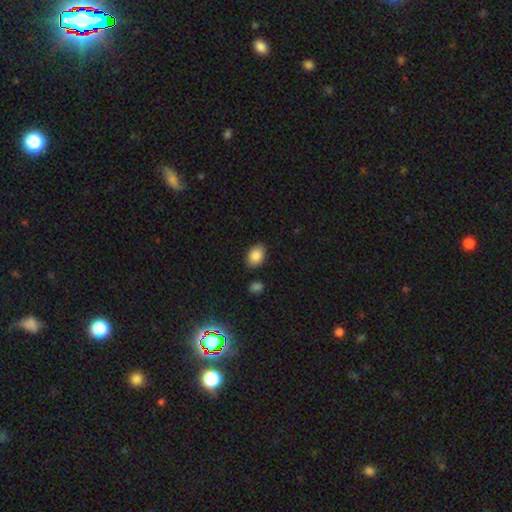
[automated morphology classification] A smooth galaxy with no disk features (86%) that is in between round and cigar-shaped (83%).

Vote fractions:
- Smooth or featured? smooth: 86% / star or artifact: 8% / featured or disk: 6%
- How rounded? in between: 83% / round: 16% / cigar-shaped: 1%
- Merging? none: 85% / minor disturbance: 10% / merger: 3% / major disturbance: 2%